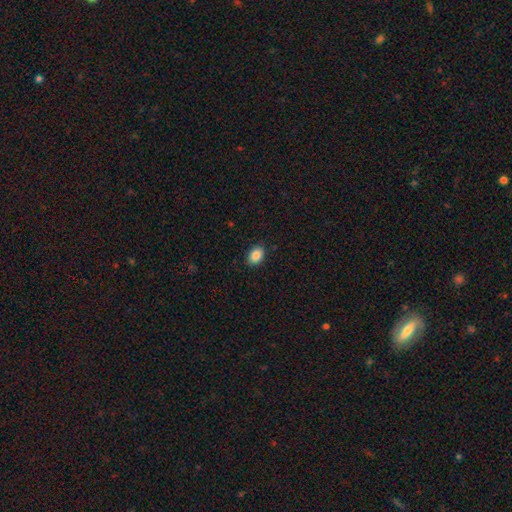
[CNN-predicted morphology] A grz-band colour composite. It shows a smooth galaxy with no disk features (88%) that is in between round and cigar-shaped (82%). Merging: none (87%).